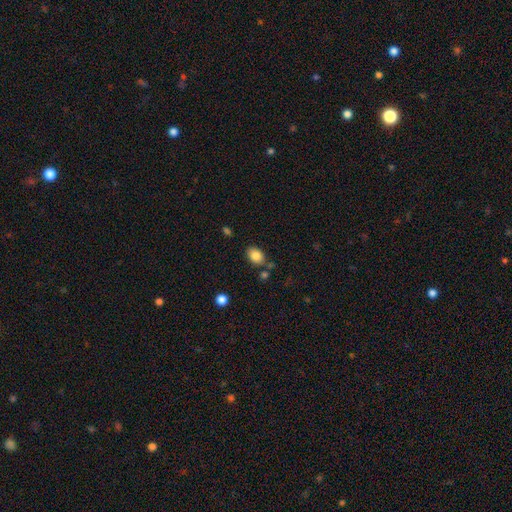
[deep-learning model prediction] smooth 85%, star or artifact 9%, featured or disk 7%. Down the decision tree: how rounded — in between (77%); merging — none (75%).